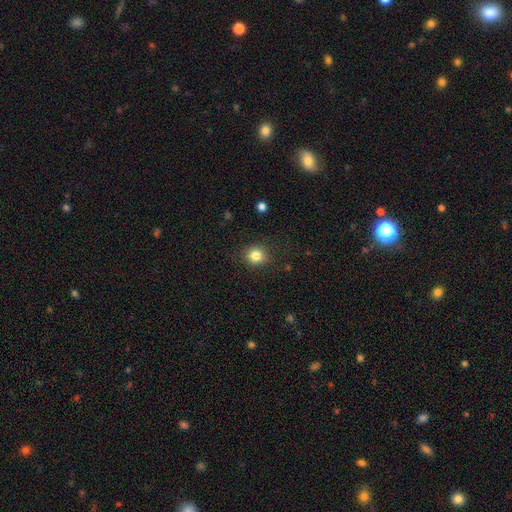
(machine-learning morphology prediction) Smooth or featured? smooth (83%)
How rounded? round (82%)
Merging? none (86%)